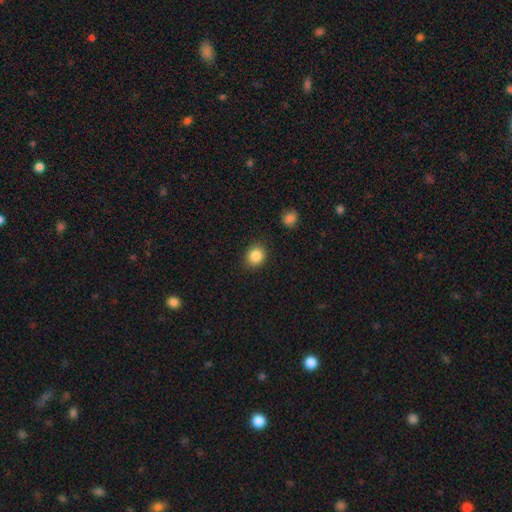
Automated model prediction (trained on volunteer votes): A smooth galaxy with no disk features (86%) that is round (76%). Merging: none (88%).